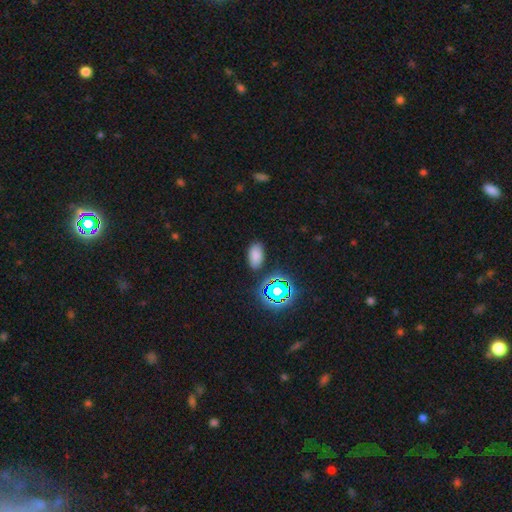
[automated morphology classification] Smooth or featured? Predicted: smooth (p=0.73). How rounded? Predicted: in between (p=0.92). Merging? Predicted: none (p=0.84).